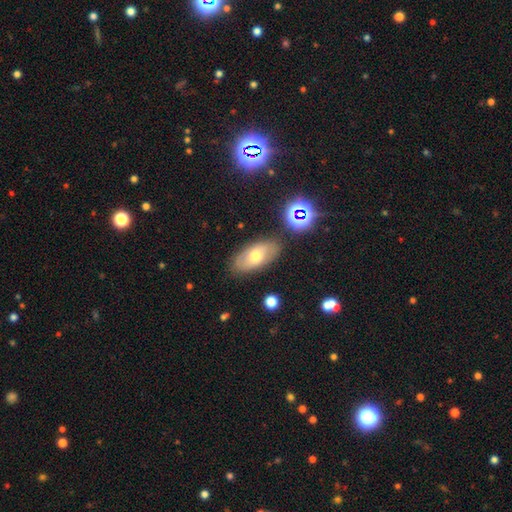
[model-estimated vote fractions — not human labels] Smooth or featured: smooth — 49% (featured or disk — 40%)
Merging: none — 80% (minor disturbance — 13%)